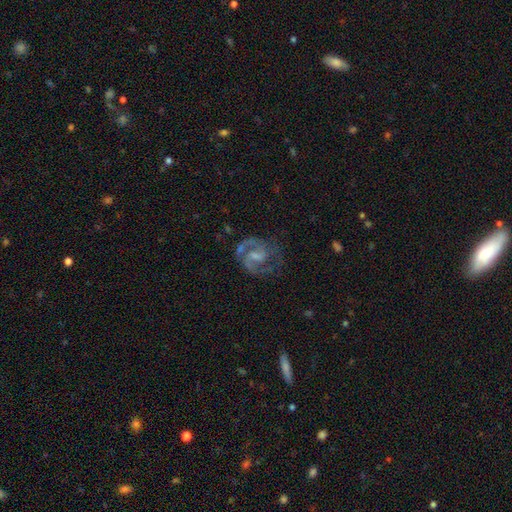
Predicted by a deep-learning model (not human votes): Overall: featured or disk (85%). Edge-on disk: no (98%). Bar: weak (53%; no 30%). Spiral arms: yes (95%). Spiral arm count: 2 (81%). Spiral winding: medium (56%; tight 29%). Bulge size: small (40%; moderate 31%). Merging: none (63%).